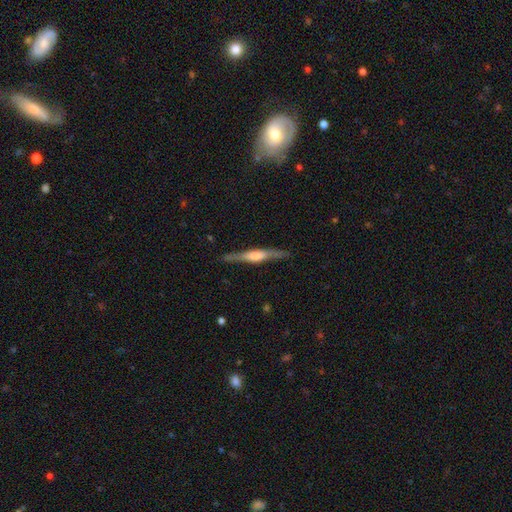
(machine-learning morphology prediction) Overall: featured or disk (68%). Edge-on disk: yes (96%). Edge-on bulge: boxy (45%, tied with rounded). Merging: none (85%).